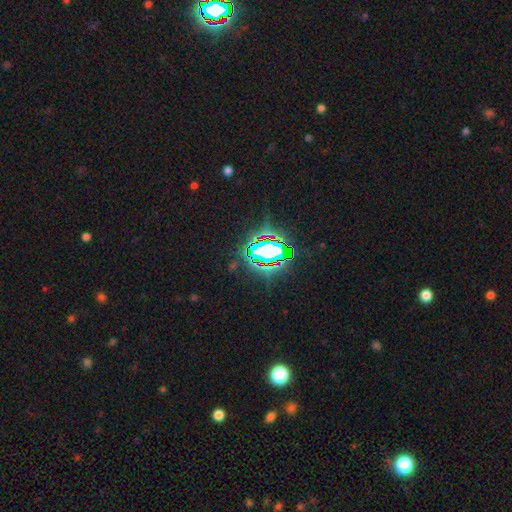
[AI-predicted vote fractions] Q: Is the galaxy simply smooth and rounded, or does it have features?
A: star or artifact — 77%.